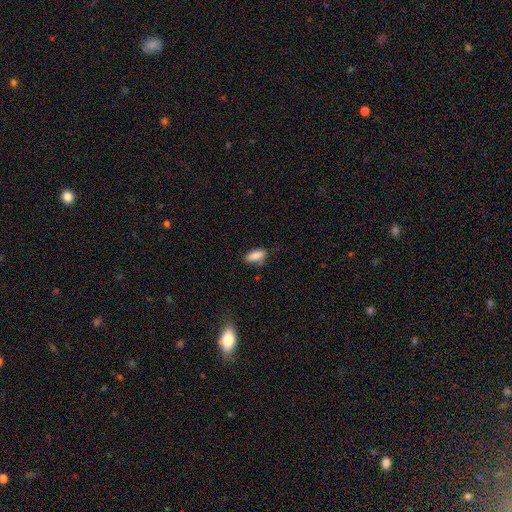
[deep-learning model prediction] Q: Smooth or featured?
A: smooth (85%); runner-up: star or artifact (8%)
Q: How rounded?
A: in between (83%); runner-up: cigar-shaped (14%)
Q: Merging?
A: none (68%); runner-up: minor disturbance (24%)